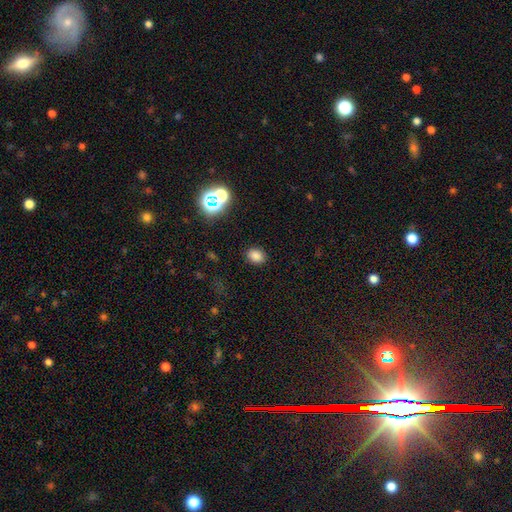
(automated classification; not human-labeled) Smooth or featured? Predicted: smooth (p=0.80). How rounded? Predicted: in between (p=0.59). Merging? Predicted: none (p=0.87).